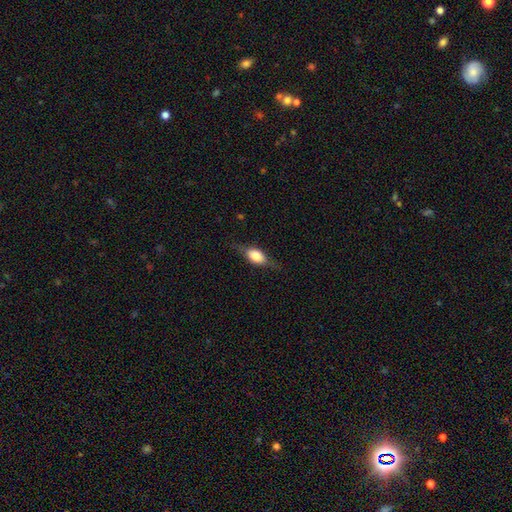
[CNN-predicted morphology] A smooth galaxy with no disk features (52%) that is in between round and cigar-shaped (72%). Merging: none (72%).